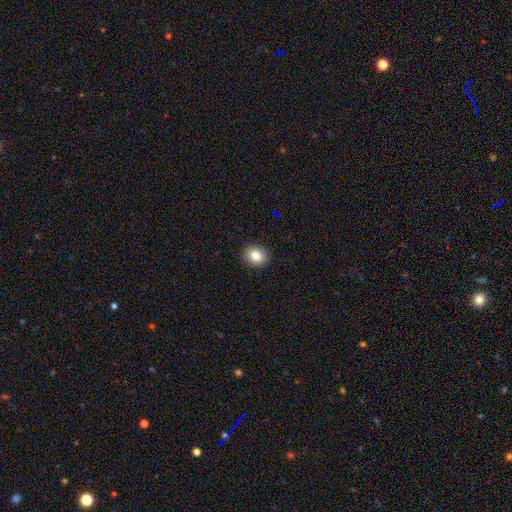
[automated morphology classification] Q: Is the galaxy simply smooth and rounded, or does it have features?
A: smooth — 84%.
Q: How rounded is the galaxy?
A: round — 60%.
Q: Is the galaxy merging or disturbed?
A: none — 91%.